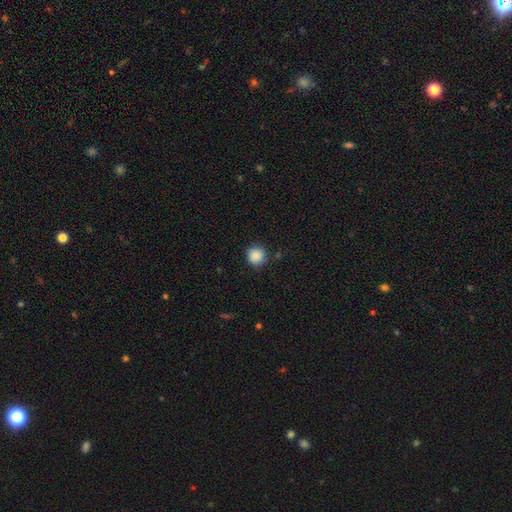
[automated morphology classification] Smooth or featured? Predicted: smooth (p=0.87). How rounded? Predicted: round (p=0.93). Merging? Predicted: none (p=0.85).